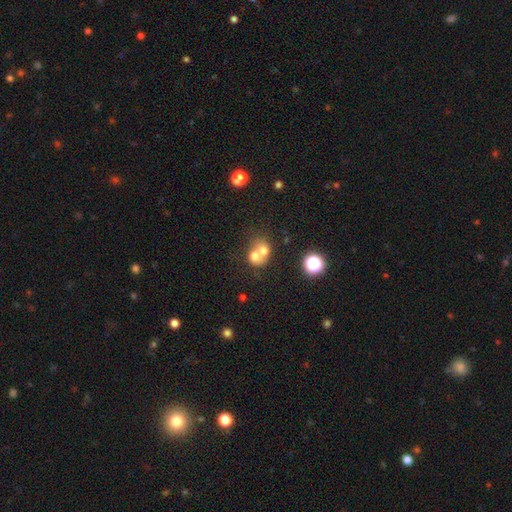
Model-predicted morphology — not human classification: Smooth or featured? Predicted: smooth (p=0.64). How rounded? Predicted: round (p=0.65). Merging? Predicted: merger (p=0.70).